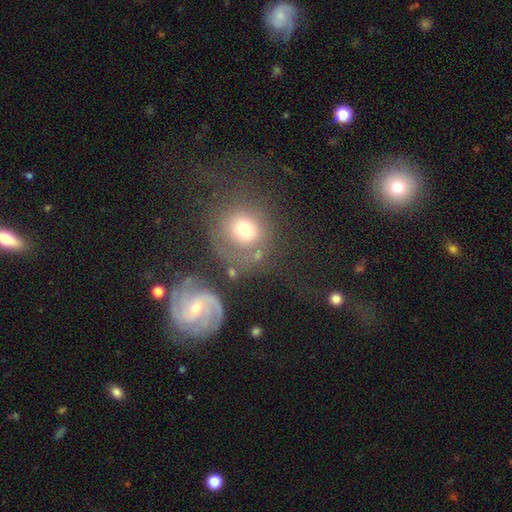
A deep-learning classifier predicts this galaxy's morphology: Overall: smooth (51%; featured or disk 35%). How rounded: round (84%). Merging: none (62%).